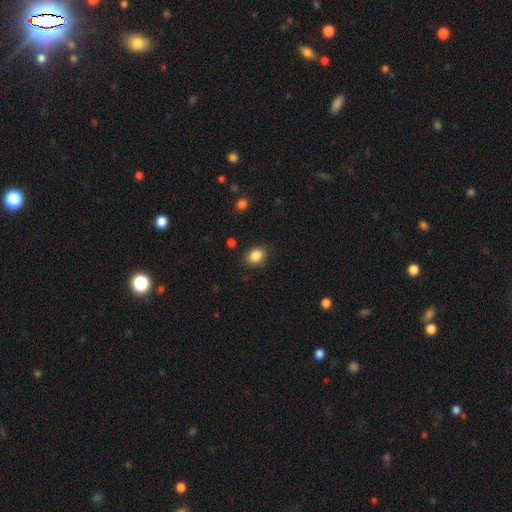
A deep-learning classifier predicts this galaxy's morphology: smooth 86%, star or artifact 9%, featured or disk 5%. Down the decision tree: how rounded — in between (55%); merging — none (85%).